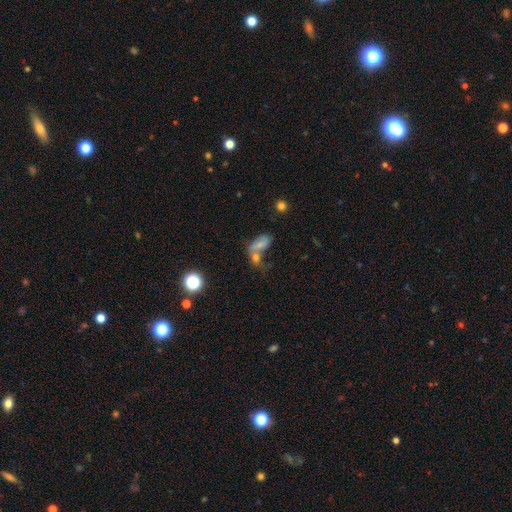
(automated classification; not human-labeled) This is possibly a smooth galaxy (51%). How rounded: likely in between (68%). Merging: possibly merger (49%).